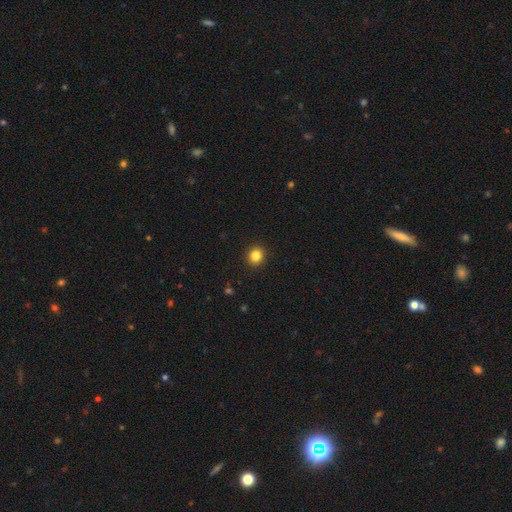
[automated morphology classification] type=smooth (84%); roundness=round (81%); merging=none (92%).